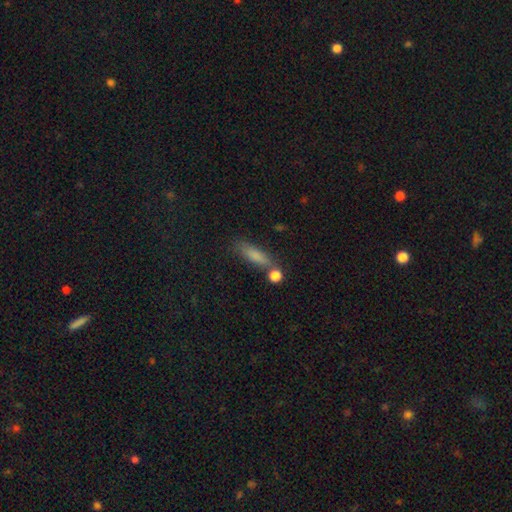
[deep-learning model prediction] A smooth galaxy with no disk features (77%) that is cigar-shaped (60%). Merging: none (62%).